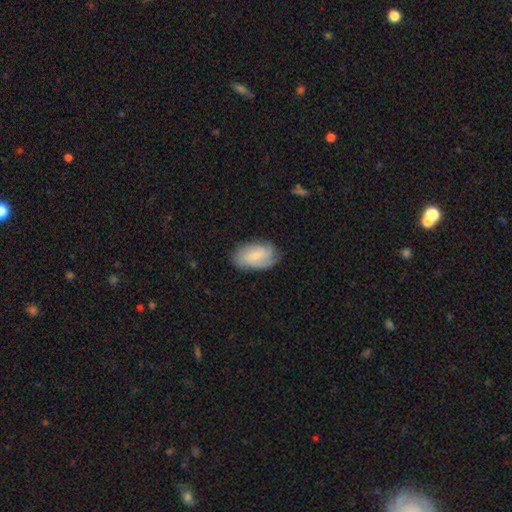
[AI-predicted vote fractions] This is possibly a smooth galaxy (47%). Merging: likely none (73%).